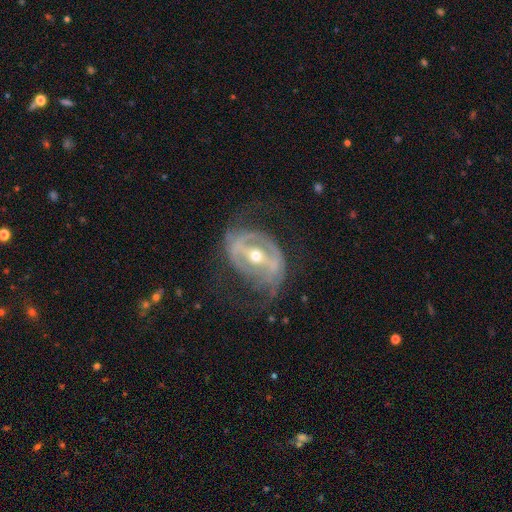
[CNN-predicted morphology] featured or disk 86%, smooth 8%, star or artifact 6%. Down the decision tree: edge-on disk — no (94%); bar — strong (67%); spiral arms — yes (72%); spiral arm count — 2 (65%); spiral winding — medium (40%); bulge size — moderate (60%); merging — none (56%).